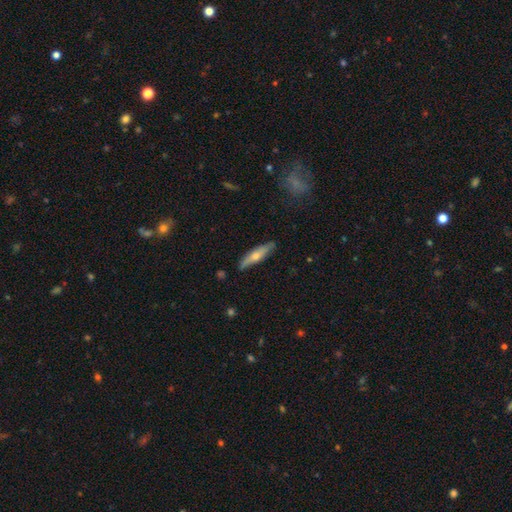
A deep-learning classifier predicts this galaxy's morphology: This appears to be a featured or disk galaxy (50%). Merging: none (85%).